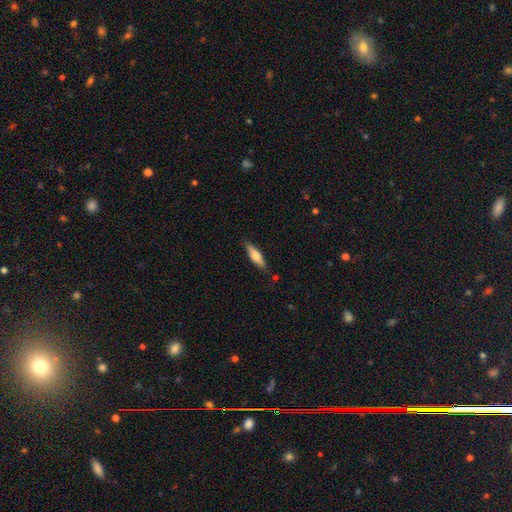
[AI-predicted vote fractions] The model was most divided on "how rounded": cigar-shaped: 61%, in between: 38%, round: 2%. More confident: merging — none (81%); smooth or featured — smooth (66%).